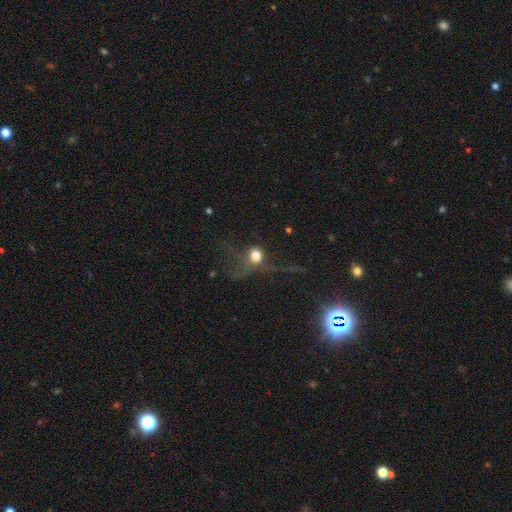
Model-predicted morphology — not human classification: This is possibly a smooth galaxy (53%). How rounded: likely round (78%). Merging: possibly major disturbance (52%).